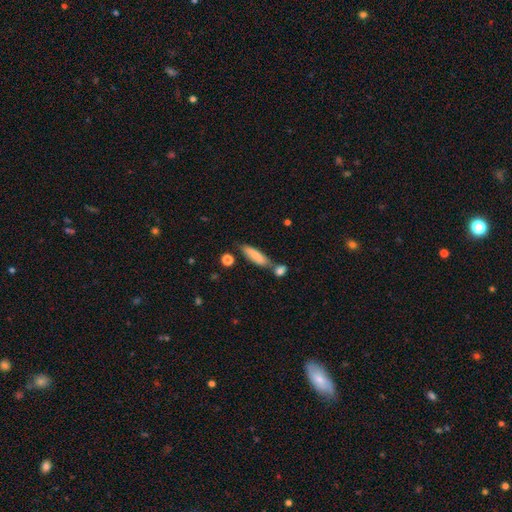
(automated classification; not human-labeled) Smooth or featured? smooth (76%)
How rounded? cigar-shaped (63%)
Merging? none (55%)